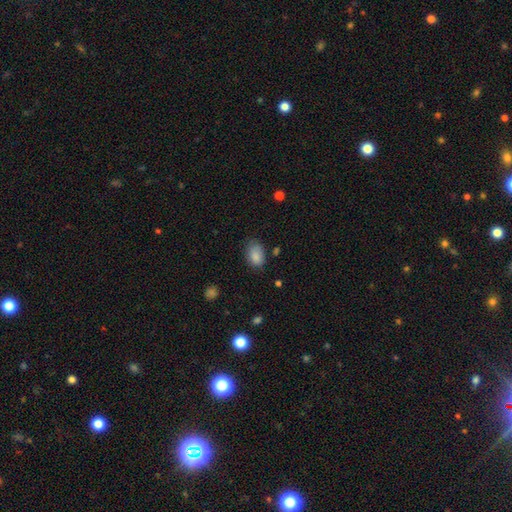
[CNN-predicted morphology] Q: Smooth or featured?
A: smooth (86%); runner-up: star or artifact (8%)
Q: How rounded?
A: in between (86%); runner-up: round (13%)
Q: Merging?
A: none (66%); runner-up: minor disturbance (26%)